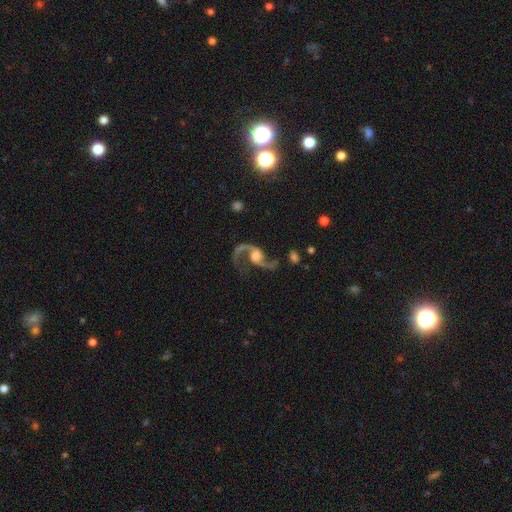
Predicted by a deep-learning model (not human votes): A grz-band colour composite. It shows a featured or disk galaxy (91%) with no bar (53%), 2 (94%) loose (73%) spiral arms (97%) and a moderate central bulge (39%). Merging: none (67%).